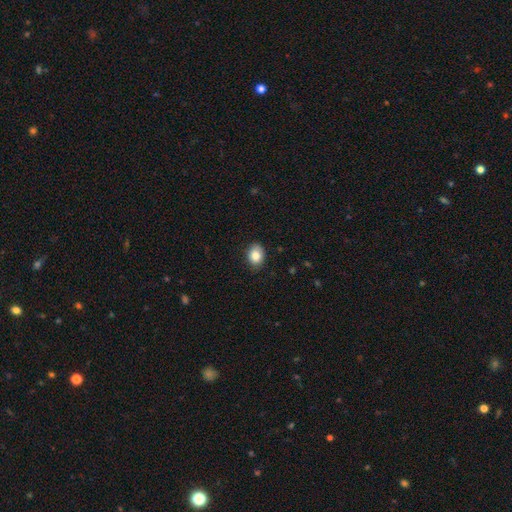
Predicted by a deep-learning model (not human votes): The model was most divided on "how rounded": in between: 65%, round: 34%, cigar-shaped: 1%. More confident: smooth or featured — smooth (84%); merging — none (82%).